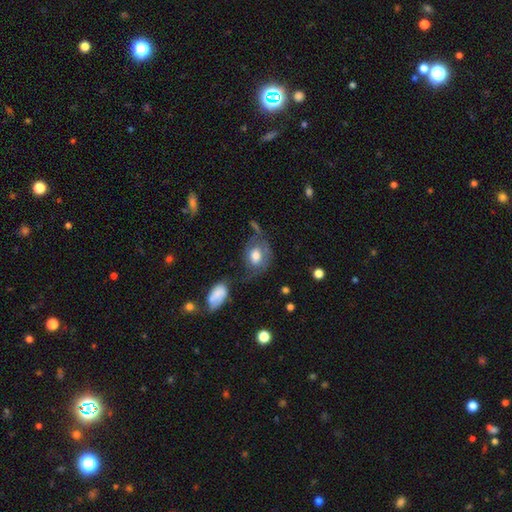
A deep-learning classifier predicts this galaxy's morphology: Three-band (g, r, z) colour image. It shows a smooth galaxy with no disk features (58%) that is in between round and cigar-shaped (60%). Merging: none (39%).